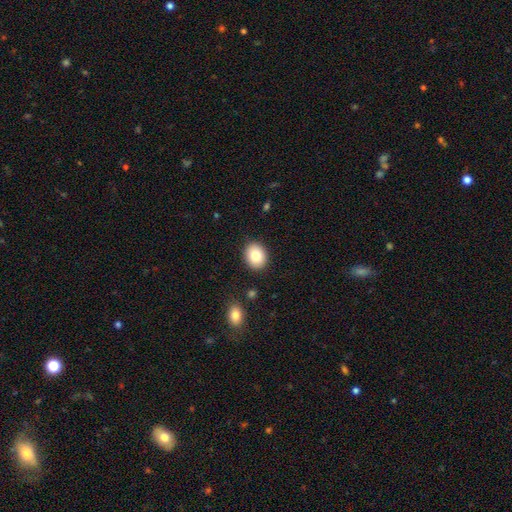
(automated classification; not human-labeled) Q: Smooth or featured?
A: smooth (81%); runner-up: featured or disk (11%)
Q: How rounded?
A: in between (51%); runner-up: round (48%)
Q: Merging?
A: none (89%); runner-up: minor disturbance (7%)